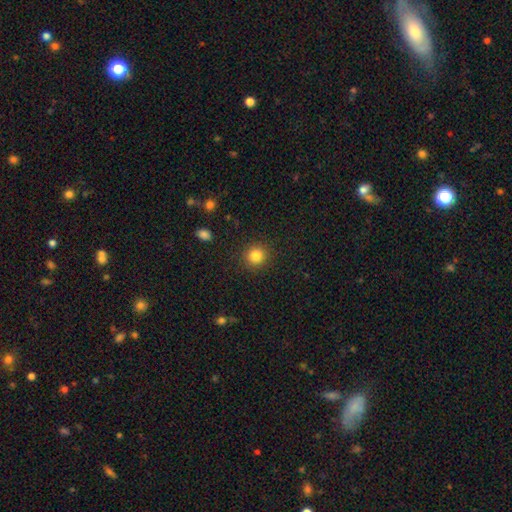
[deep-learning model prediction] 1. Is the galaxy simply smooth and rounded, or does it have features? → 84% smooth, 11% star or artifact, 5% featured or disk.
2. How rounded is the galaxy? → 92% round, 7% in between, 1% cigar-shaped.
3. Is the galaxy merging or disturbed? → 91% none, 6% minor disturbance, 2% major disturbance, 1% merger.